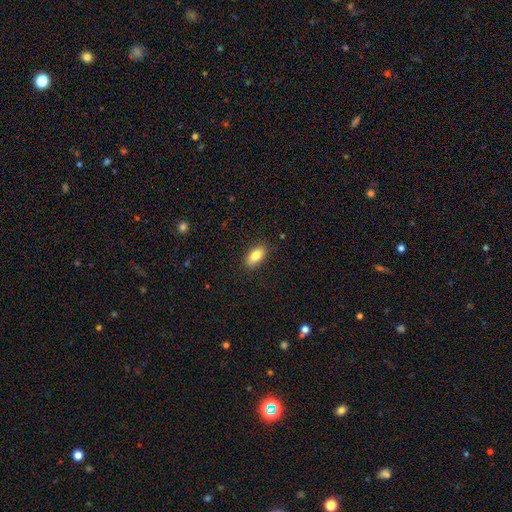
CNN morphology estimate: Q: Smooth or featured?
A: smooth (82%); runner-up: featured or disk (10%)
Q: How rounded?
A: in between (89%); runner-up: cigar-shaped (7%)
Q: Merging?
A: none (87%); runner-up: minor disturbance (10%)